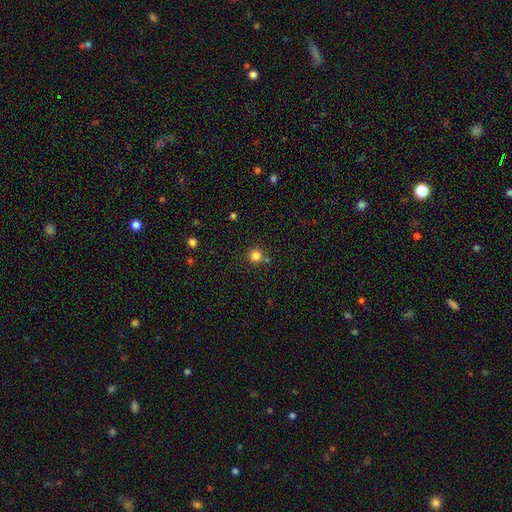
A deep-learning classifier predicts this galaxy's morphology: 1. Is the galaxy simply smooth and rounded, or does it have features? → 82% smooth, 13% star or artifact, 5% featured or disk.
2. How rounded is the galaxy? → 94% round, 5% in between, 1% cigar-shaped.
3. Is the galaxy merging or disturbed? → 77% none, 13% merger, 8% minor disturbance, 3% major disturbance.